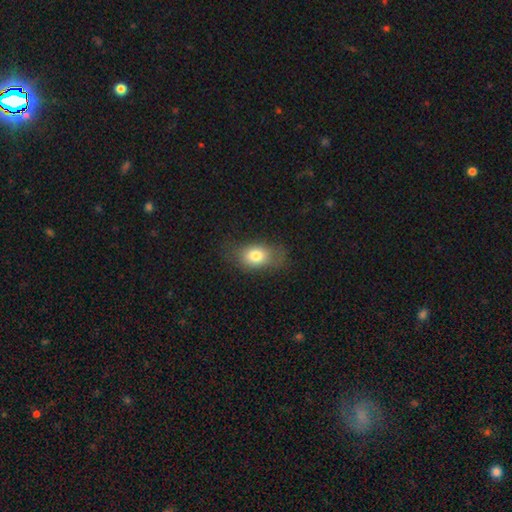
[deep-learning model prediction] A smooth galaxy with no disk features (77%) that is in between round and cigar-shaped (79%).

Vote fractions:
- Smooth or featured? smooth: 77% / featured or disk: 13% / star or artifact: 9%
- How rounded? in between: 79% / round: 19% / cigar-shaped: 2%
- Merging? none: 65% / minor disturbance: 23% / major disturbance: 11% / merger: 1%